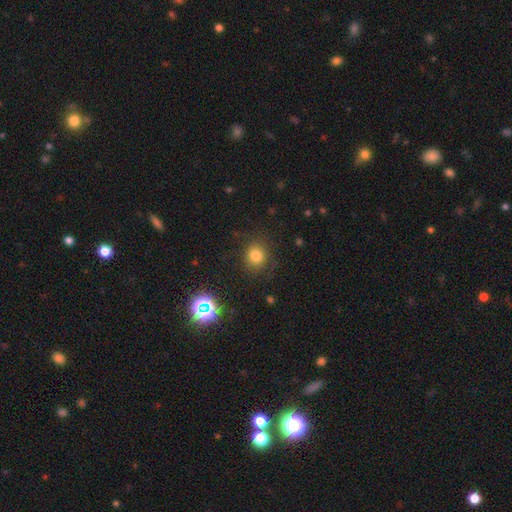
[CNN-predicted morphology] Q: Smooth or featured?
A: smooth (77%); runner-up: star or artifact (16%)
Q: How rounded?
A: round (83%); runner-up: in between (16%)
Q: Merging?
A: none (82%); runner-up: minor disturbance (11%)